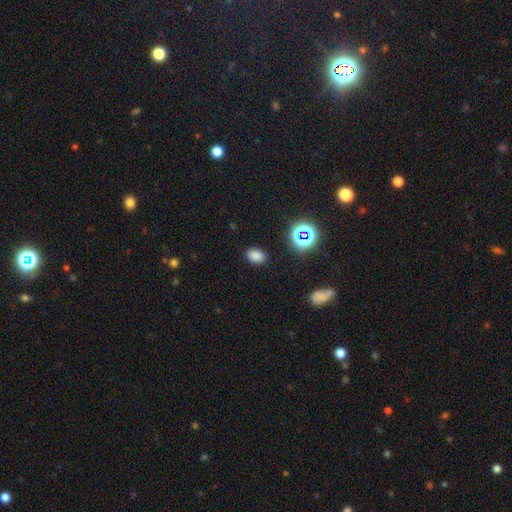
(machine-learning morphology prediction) Smooth or featured? smooth (78%)
How rounded? in between (79%)
Merging? none (87%)